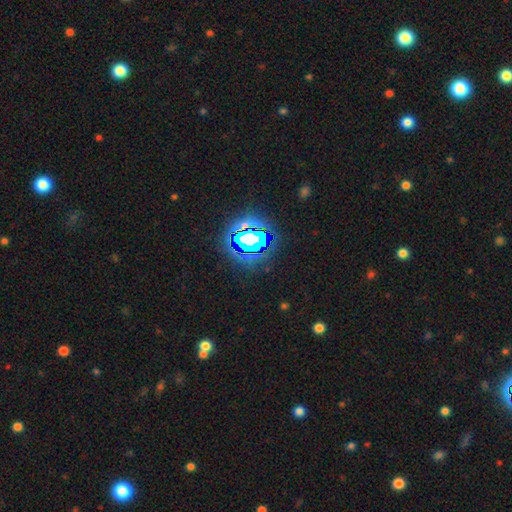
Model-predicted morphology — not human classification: Smooth or featured: star or artifact — 83% (smooth — 11%)